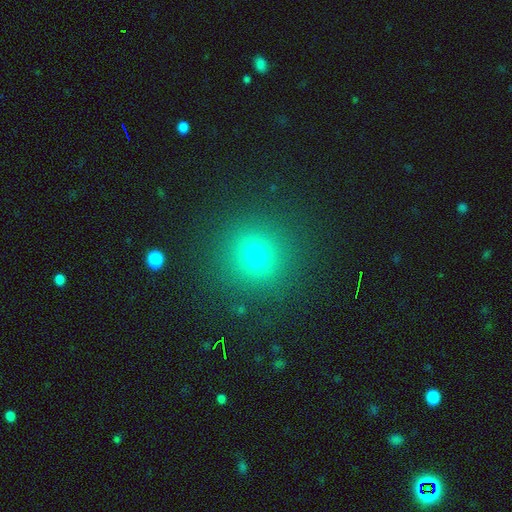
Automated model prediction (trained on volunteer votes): Smooth or featured: smooth — 69% (star or artifact — 22%)
How rounded: round — 93% (in between — 6%)
Merging: none — 89% (minor disturbance — 6%)